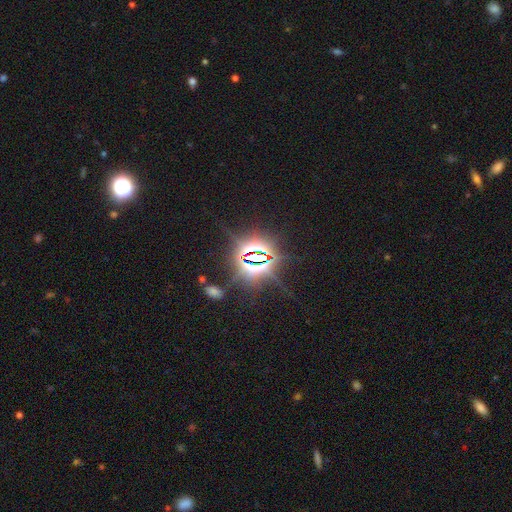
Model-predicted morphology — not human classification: A star or artifact, not a galaxy (85%).